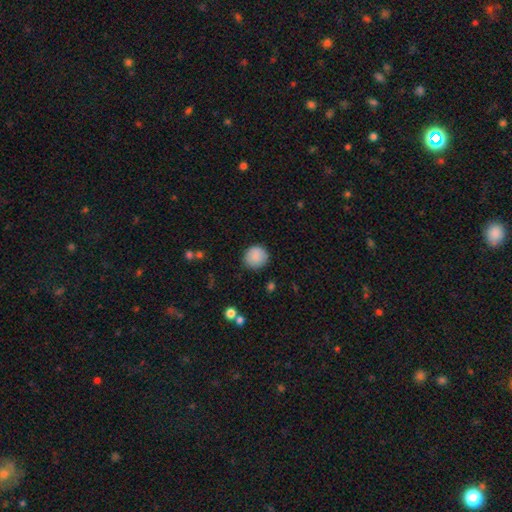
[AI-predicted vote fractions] Smooth or featured?
  - smooth: 87% *
  - star or artifact: 8%
  - featured or disk: 5%
How rounded?
  - round: 91% *
  - in between: 8%
  - cigar-shaped: 1%
Merging?
  - none: 87% *
  - minor disturbance: 9%
  - major disturbance: 2%
  - merger: 1%